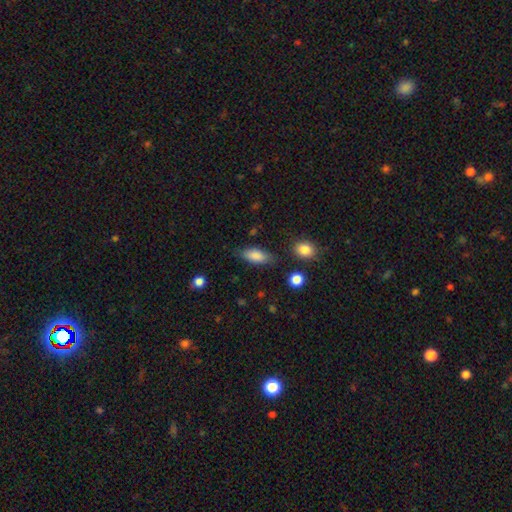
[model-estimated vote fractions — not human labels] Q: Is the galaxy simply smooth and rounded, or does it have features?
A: smooth — 85%.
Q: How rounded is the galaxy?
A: in between — 84%.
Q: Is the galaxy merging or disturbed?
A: none — 76%.